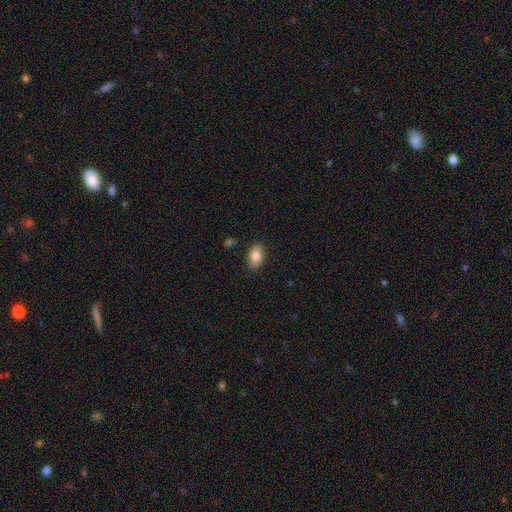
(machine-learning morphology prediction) Overall: smooth (83%). How rounded: in between (91%). Merging: none (87%).